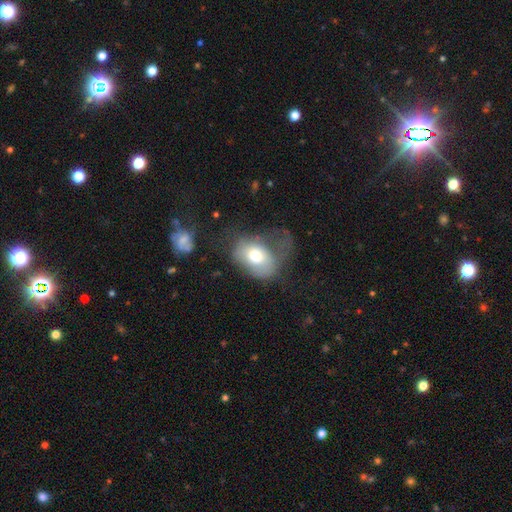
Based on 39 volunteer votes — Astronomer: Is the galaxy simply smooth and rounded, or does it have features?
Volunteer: smooth — 67%.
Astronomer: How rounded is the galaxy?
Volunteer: in between — 85%.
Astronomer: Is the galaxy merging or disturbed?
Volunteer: major disturbance — 59%.